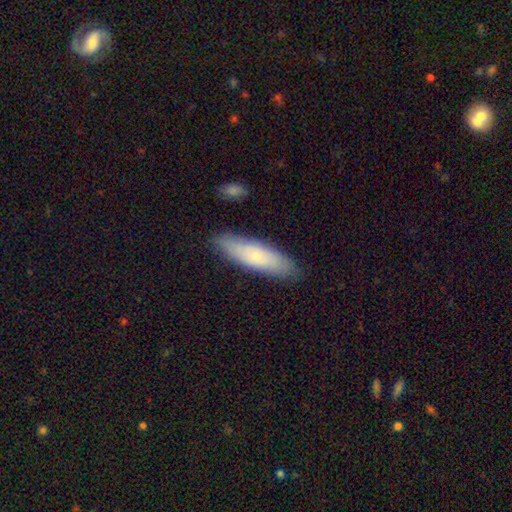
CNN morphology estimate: Smooth or featured? Predicted: smooth (p=0.69). How rounded? Predicted: cigar-shaped (p=0.59). Merging? Predicted: none (p=0.84).